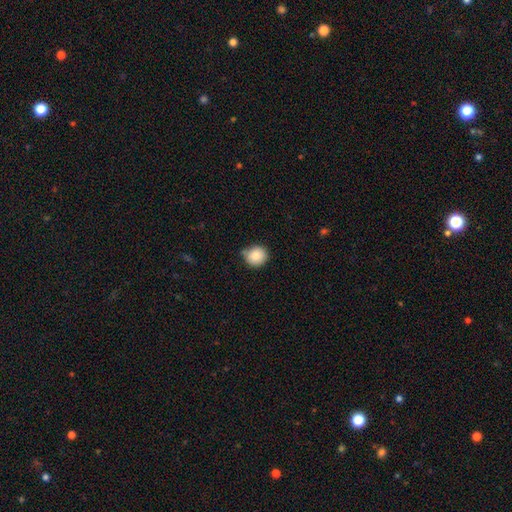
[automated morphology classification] smooth_or_featured: smooth (p=0.84) [alt: star or artifact p=0.09]
how_rounded: round (p=0.88) [alt: in between p=0.11]
merging: none (p=0.67) [alt: minor disturbance p=0.24]